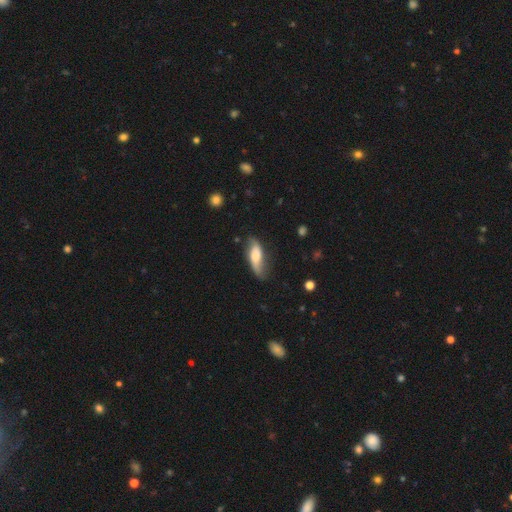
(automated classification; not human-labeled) A smooth galaxy with no disk features (52%) that is in between round and cigar-shaped (63%). Merging: none (58%).